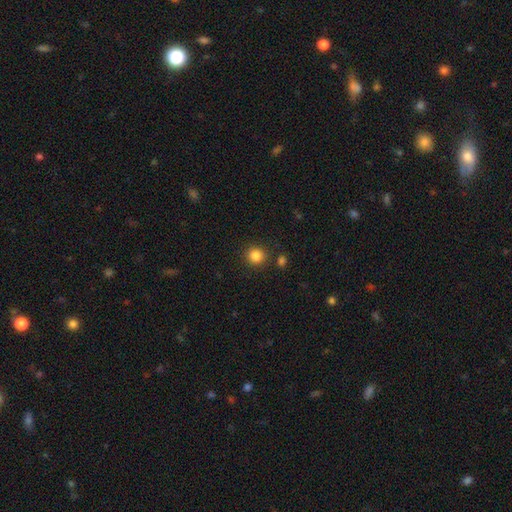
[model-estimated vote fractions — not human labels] Smooth or featured? Predicted: smooth (p=0.85). How rounded? Predicted: round (p=0.91). Merging? Predicted: none (p=0.87).